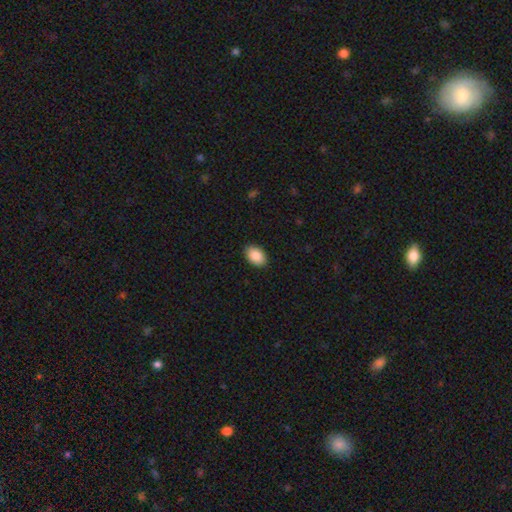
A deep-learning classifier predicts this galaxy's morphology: smooth_or_featured: smooth (p=0.90) [alt: star or artifact p=0.07]
how_rounded: in between (p=0.89) [alt: round p=0.10]
merging: none (p=0.89) [alt: minor disturbance p=0.08]